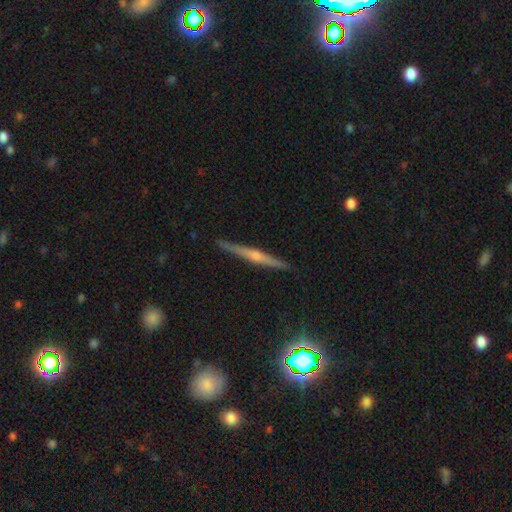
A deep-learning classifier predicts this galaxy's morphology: Q: Smooth or featured?
A: featured or disk (75%); runner-up: smooth (14%)
Q: Edge-on disk?
A: yes (98%); runner-up: no (2%)
Q: Edge-on bulge?
A: rounded (82%); runner-up: none (12%)
Q: Merging?
A: none (90%); runner-up: minor disturbance (7%)